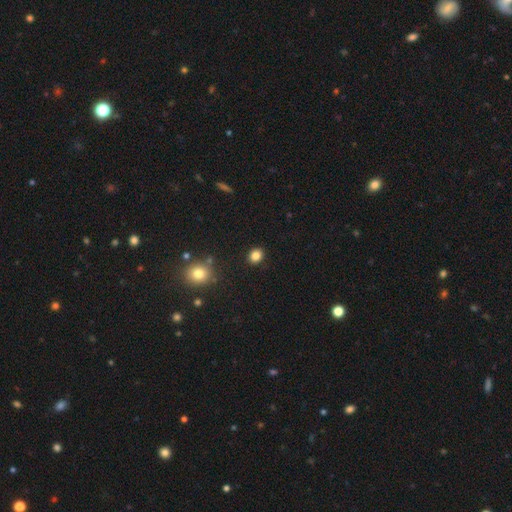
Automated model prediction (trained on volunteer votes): Smooth or featured? Predicted: smooth (p=0.85). How rounded? Predicted: round (p=0.55). Merging? Predicted: none (p=0.89).